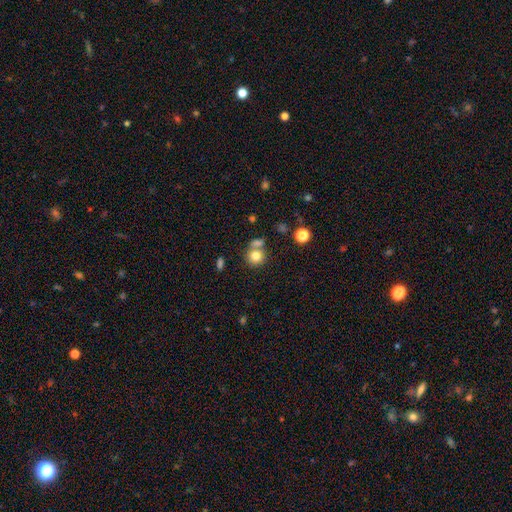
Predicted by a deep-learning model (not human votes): The model was most divided on "merging": none: 57%, merger: 29%, minor disturbance: 10%, major disturbance: 4%. More confident: how rounded — round (87%); smooth or featured — smooth (79%).